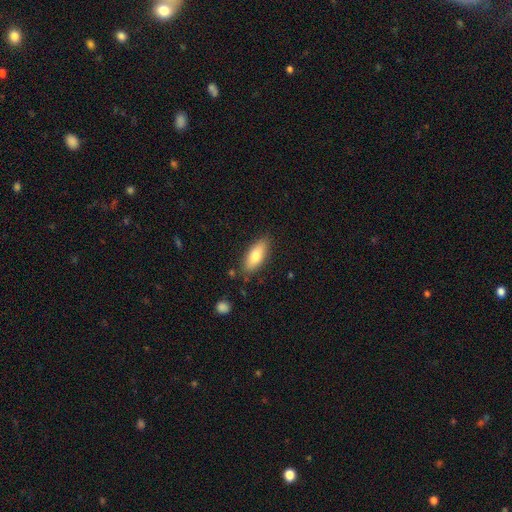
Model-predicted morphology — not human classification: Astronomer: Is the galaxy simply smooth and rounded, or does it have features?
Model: smooth — 76%.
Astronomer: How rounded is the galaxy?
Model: in between — 75%.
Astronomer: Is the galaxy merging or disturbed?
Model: none — 82%.